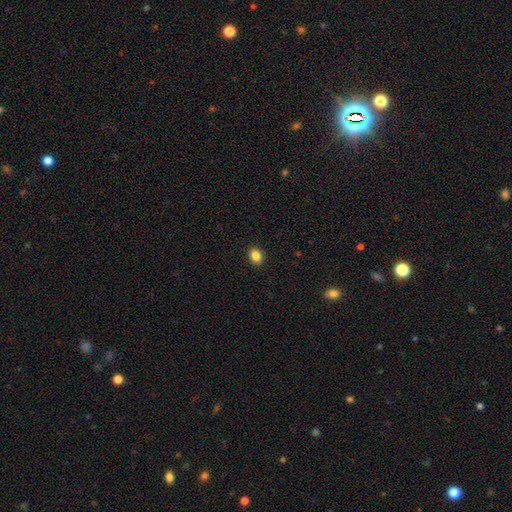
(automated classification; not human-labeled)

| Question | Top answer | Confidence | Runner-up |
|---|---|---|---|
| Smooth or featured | smooth | 85% | star or artifact (10%) |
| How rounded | in between | 59% | round (40%) |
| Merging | none | 91% | minor disturbance (6%) |